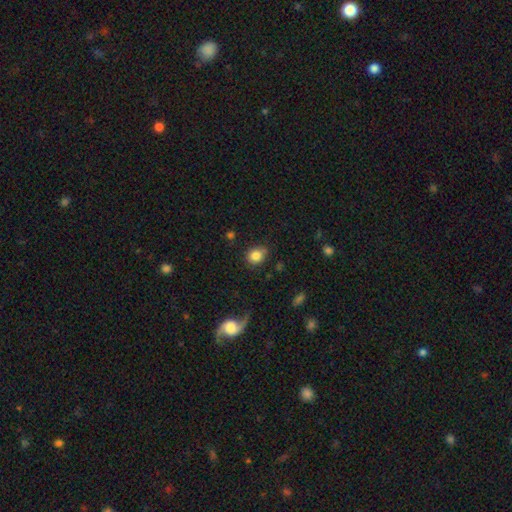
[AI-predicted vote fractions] A smooth galaxy with no disk features (83%) that is round (64%).

Vote fractions:
- Smooth or featured? smooth: 83% / star or artifact: 10% / featured or disk: 7%
- How rounded? round: 64% / in between: 35% / cigar-shaped: 1%
- Merging? none: 75% / minor disturbance: 18% / major disturbance: 5% / merger: 2%